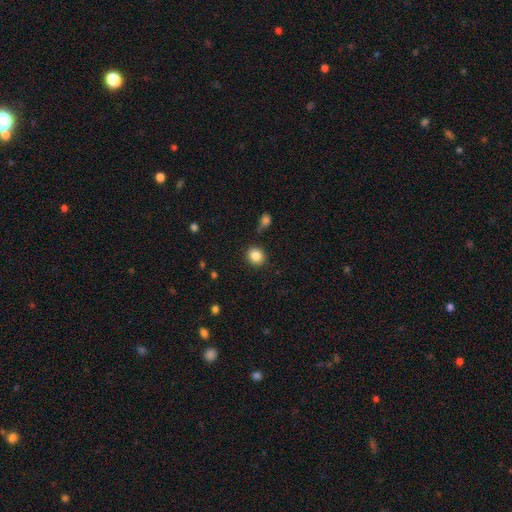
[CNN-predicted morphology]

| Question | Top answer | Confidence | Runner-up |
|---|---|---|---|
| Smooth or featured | smooth | 84% | star or artifact (10%) |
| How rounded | round | 84% | in between (15%) |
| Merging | none | 87% | minor disturbance (8%) |